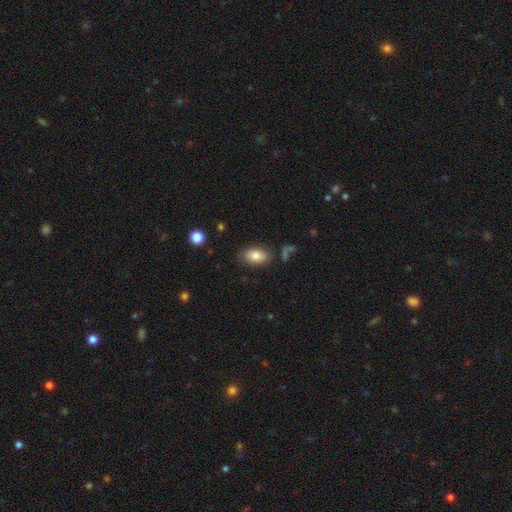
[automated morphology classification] smooth 82%, featured or disk 10%, star or artifact 8%. Down the decision tree: how rounded — in between (90%); merging — none (82%).